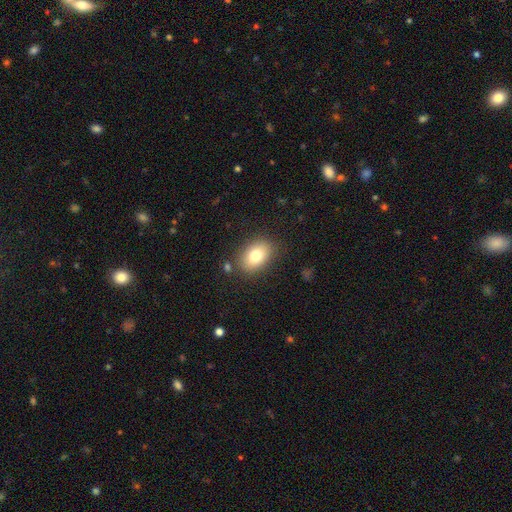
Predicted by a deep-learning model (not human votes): Overall: smooth (79%). How rounded: in between (82%). Merging: none (83%).